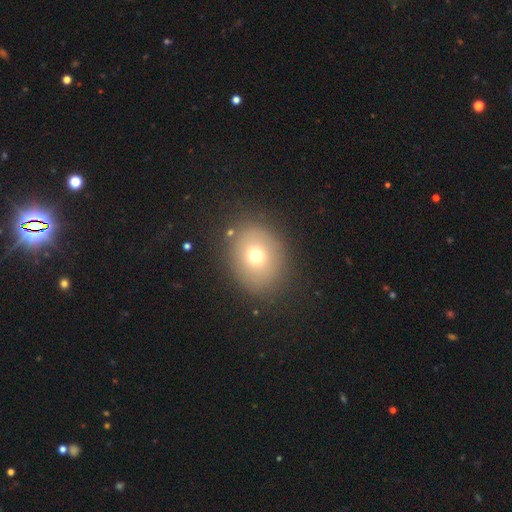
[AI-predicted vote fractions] smooth 69%, featured or disk 17%, star or artifact 14%. Down the decision tree: how rounded — round (60%); merging — none (83%).